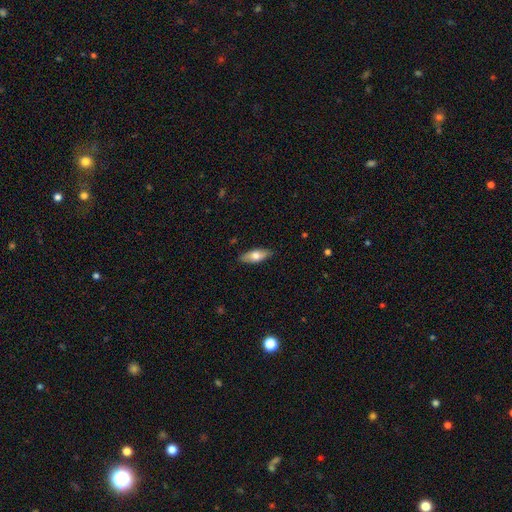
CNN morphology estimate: This is likely a smooth galaxy (67%). How rounded: likely in between (73%). Merging: clearly none (88%).